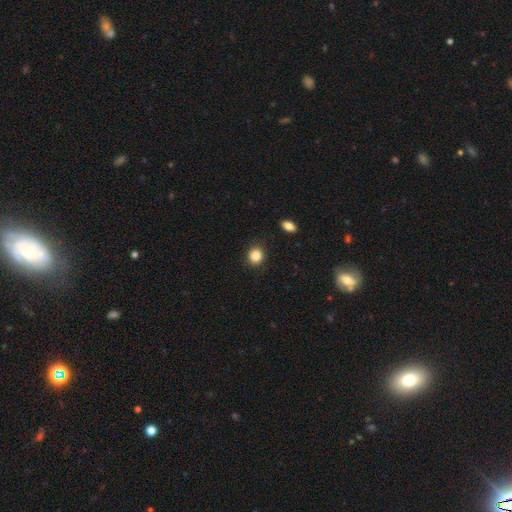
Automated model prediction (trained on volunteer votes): The model was most divided on "how rounded": round: 77%, in between: 22%, cigar-shaped: 1%. More confident: merging — none (87%); smooth or featured — smooth (87%).